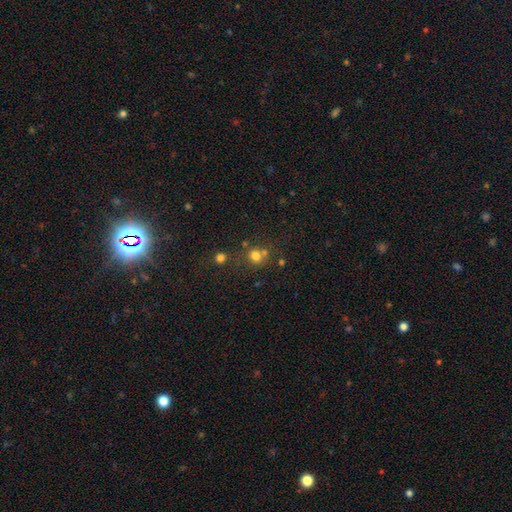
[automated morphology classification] The model was most divided on "merging": none: 59%, merger: 27%, minor disturbance: 10%, major disturbance: 4%. More confident: how rounded — round (84%); smooth or featured — smooth (74%).